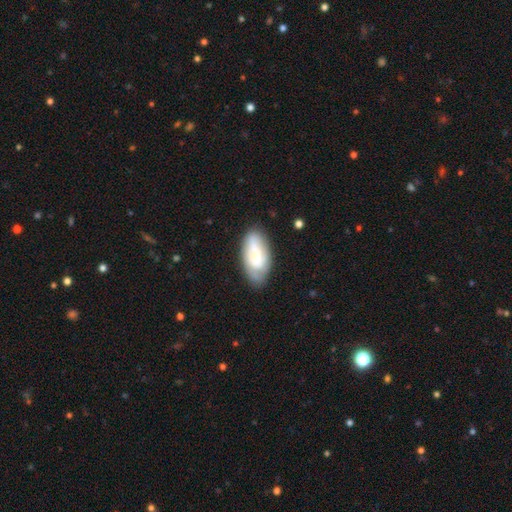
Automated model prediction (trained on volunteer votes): smooth 53%, featured or disk 40%, star or artifact 7%. Down the decision tree: how rounded — in between (90%); merging — none (67%).